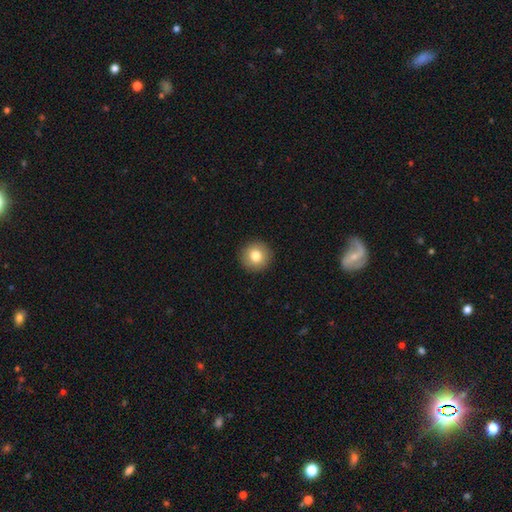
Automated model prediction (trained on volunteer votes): This appears to be a smooth galaxy with no disk features (80%) that is round (95%). Merging: none (93%).